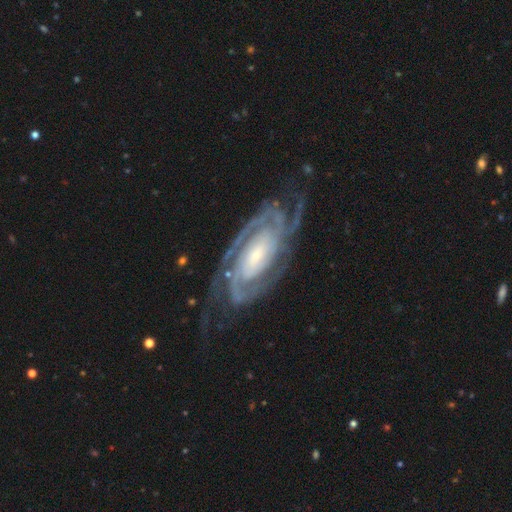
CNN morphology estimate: smooth_or_featured: featured or disk (p=0.93) [alt: star or artifact p=0.04]
disk_edge_on: no (p=0.96) [alt: yes p=0.04]
bar: no (p=0.50) [alt: weak p=0.29]
has_spiral_arms: yes (p=0.98) [alt: no p=0.02]
spiral_winding: tight (p=0.71) [alt: medium p=0.25]
spiral_arm_count: 2 (p=0.49) [alt: 3 p=0.19]
bulge_size: small (p=0.51) [alt: moderate p=0.35]
merging: none (p=0.72) [alt: minor disturbance p=0.17]